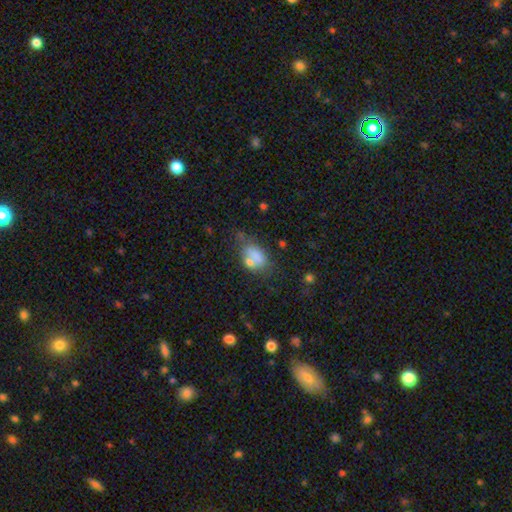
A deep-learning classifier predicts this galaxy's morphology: A smooth galaxy with no disk features (68%) that is in between round and cigar-shaped (82%).

Vote fractions:
- Smooth or featured? smooth: 68% / featured or disk: 20% / star or artifact: 12%
- How rounded? in between: 82% / round: 16% / cigar-shaped: 2%
- Merging? none: 35% / merger: 28% / minor disturbance: 23% / major disturbance: 14%